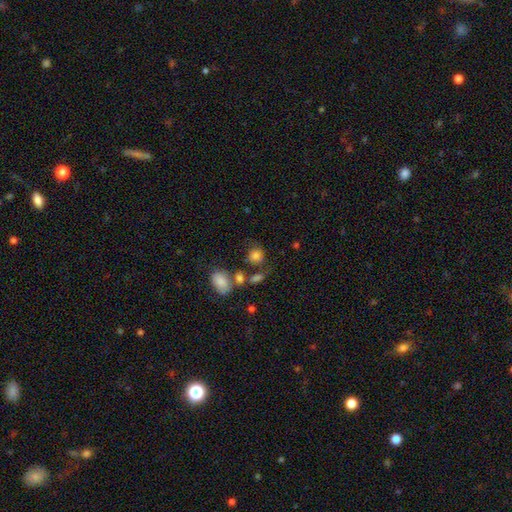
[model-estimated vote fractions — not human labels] Q: Smooth or featured?
A: smooth (81%); runner-up: star or artifact (11%)
Q: How rounded?
A: round (72%); runner-up: in between (26%)
Q: Merging?
A: none (59%); runner-up: minor disturbance (17%)